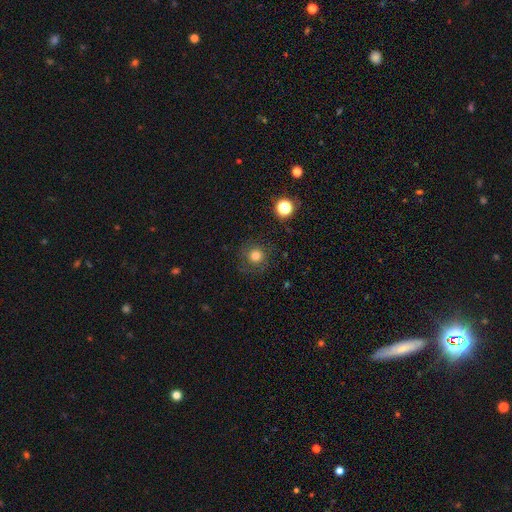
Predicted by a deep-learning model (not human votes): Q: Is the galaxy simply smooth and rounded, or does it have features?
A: smooth — 77%.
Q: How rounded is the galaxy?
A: round — 94%.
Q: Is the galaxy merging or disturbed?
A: none — 82%.